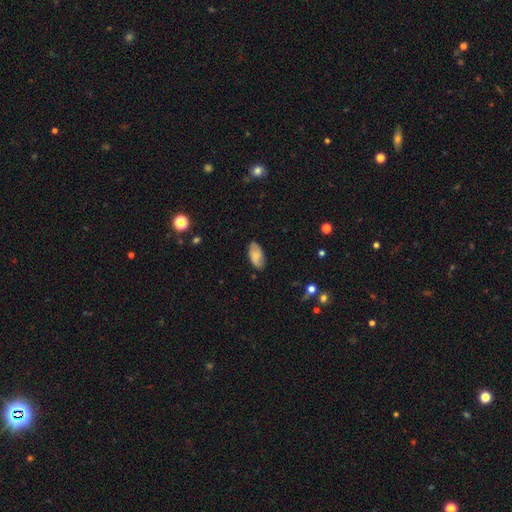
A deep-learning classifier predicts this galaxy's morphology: smooth-or-featured: smooth: 69% | featured or disk: 23% | star or artifact: 8%
  how-rounded: in between: 94% | cigar-shaped: 4% | round: 3%
  merging: none: 81% | minor disturbance: 15% | major disturbance: 3% | merger: 1%